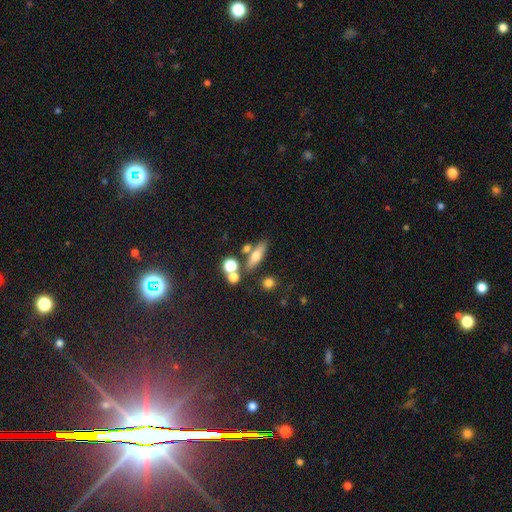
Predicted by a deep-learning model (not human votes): A smooth galaxy with no disk features (62%) that is cigar-shaped (46%).

Vote fractions:
- Smooth or featured? smooth: 62% / featured or disk: 27% / star or artifact: 11%
- How rounded? cigar-shaped: 46% / in between: 44% / round: 9%
- Merging? none: 67% / merger: 16% / minor disturbance: 12% / major disturbance: 5%